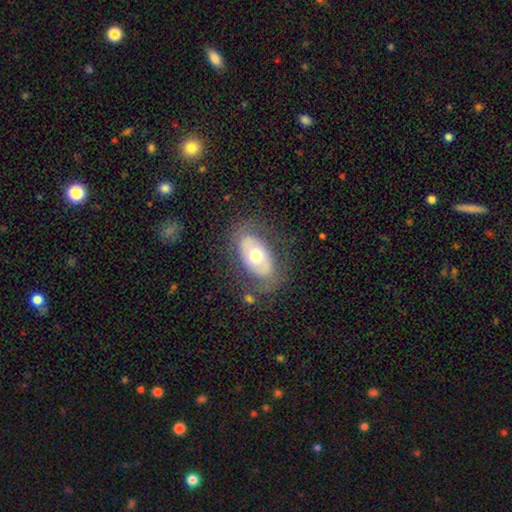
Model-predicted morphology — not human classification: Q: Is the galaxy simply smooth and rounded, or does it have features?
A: featured or disk — 50%.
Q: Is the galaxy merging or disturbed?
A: none — 74%.